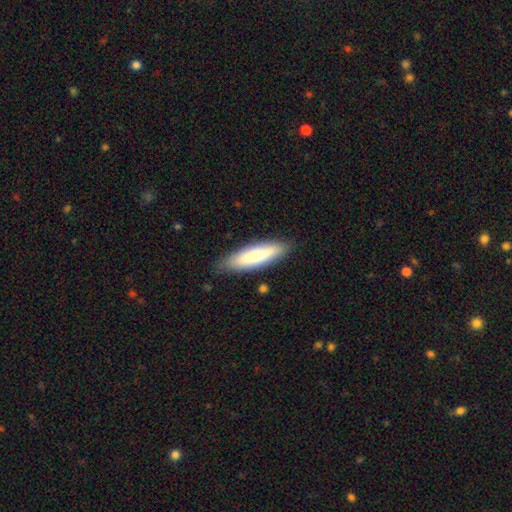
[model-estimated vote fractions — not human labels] This appears to be a smooth galaxy with no disk features (76%) that is cigar-shaped (61%). Merging: none (83%).